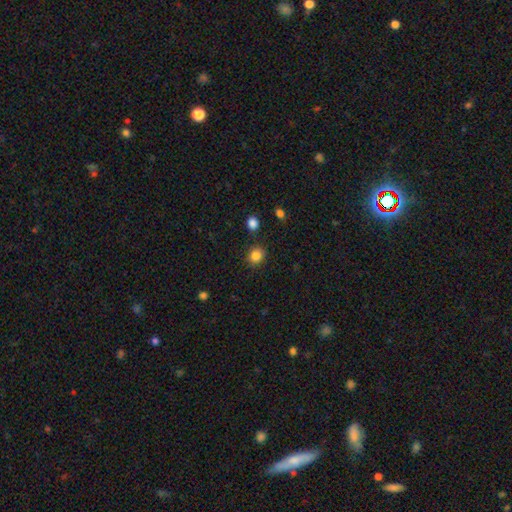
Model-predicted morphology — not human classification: Smooth or featured? smooth (85%)
How rounded? round (75%)
Merging? none (85%)